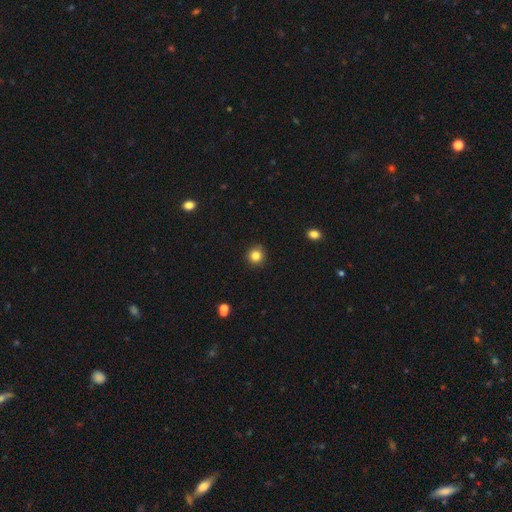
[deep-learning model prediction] smooth-or-featured: smooth: 83% | star or artifact: 12% | featured or disk: 5%
  how-rounded: round: 93% | in between: 6% | cigar-shaped: 1%
  merging: none: 90% | minor disturbance: 7% | major disturbance: 2% | merger: 1%